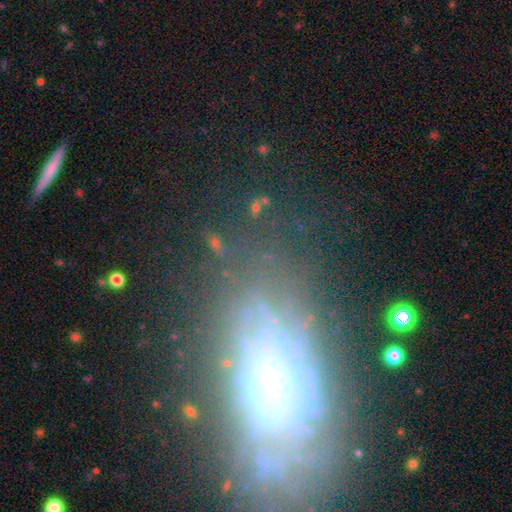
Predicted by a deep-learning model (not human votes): This appears to be a featured or disk galaxy (57%). Merging: none (68%).